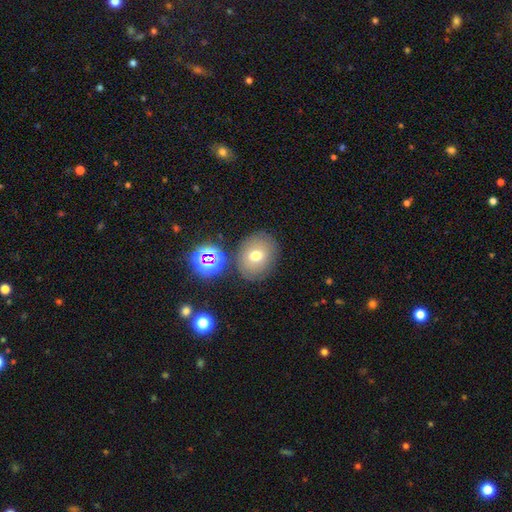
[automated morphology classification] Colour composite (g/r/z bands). It shows a smooth galaxy with no disk features (68%) that is round (54%). Merging: none (76%).